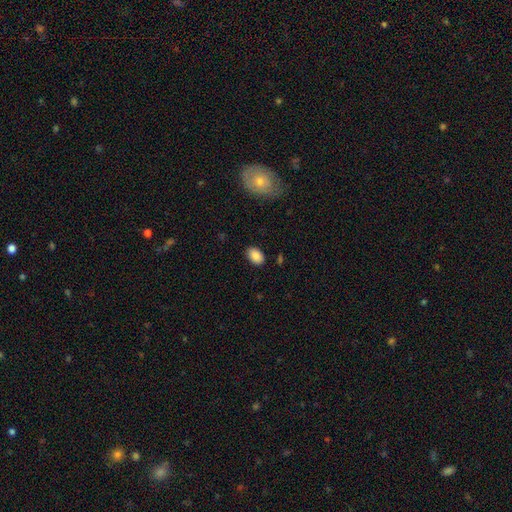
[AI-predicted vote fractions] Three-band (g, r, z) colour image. It shows a smooth galaxy with no disk features (88%) that is in between round and cigar-shaped (87%). Merging: none (86%).